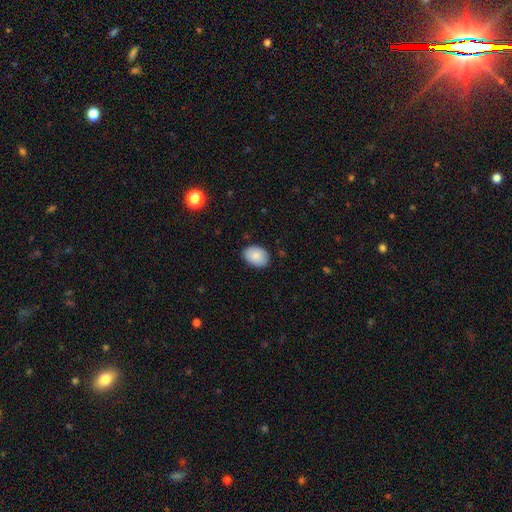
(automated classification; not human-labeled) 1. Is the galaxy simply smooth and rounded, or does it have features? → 85% smooth, 8% featured or disk, 7% star or artifact.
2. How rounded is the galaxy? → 77% in between, 22% round, 1% cigar-shaped.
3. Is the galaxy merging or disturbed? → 85% none, 12% minor disturbance, 2% major disturbance, 1% merger.